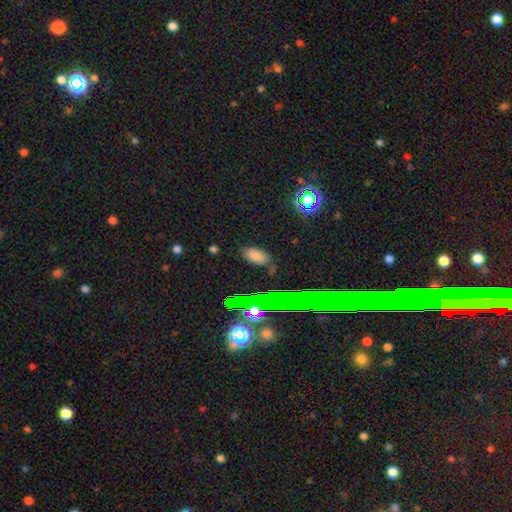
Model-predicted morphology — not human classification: smooth_or_featured: smooth (p=0.75) [alt: star or artifact p=0.17]
how_rounded: in between (p=0.92) [alt: round p=0.05]
merging: none (p=0.77) [alt: minor disturbance p=0.16]